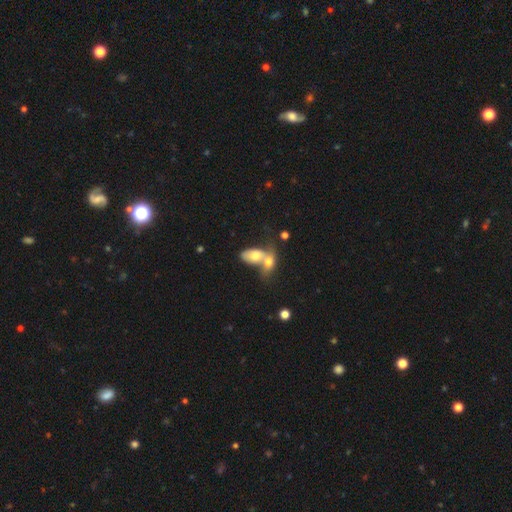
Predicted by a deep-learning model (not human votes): smooth-or-featured: smooth: 67% | featured or disk: 26% | star or artifact: 7%
  how-rounded: in between: 85% | round: 10% | cigar-shaped: 5%
  merging: merger: 77% | none: 13% | minor disturbance: 6% | major disturbance: 5%